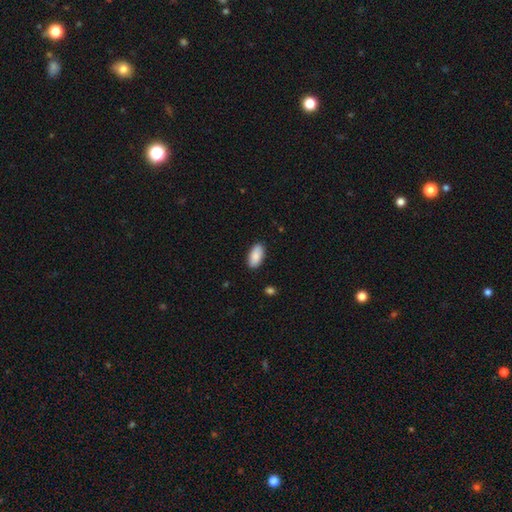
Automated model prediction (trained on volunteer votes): Smooth or featured?
  - smooth: 88% *
  - star or artifact: 6%
  - featured or disk: 6%
How rounded?
  - in between: 93% *
  - cigar-shaped: 4%
  - round: 2%
Merging?
  - none: 88% *
  - minor disturbance: 9%
  - major disturbance: 2%
  - merger: 1%